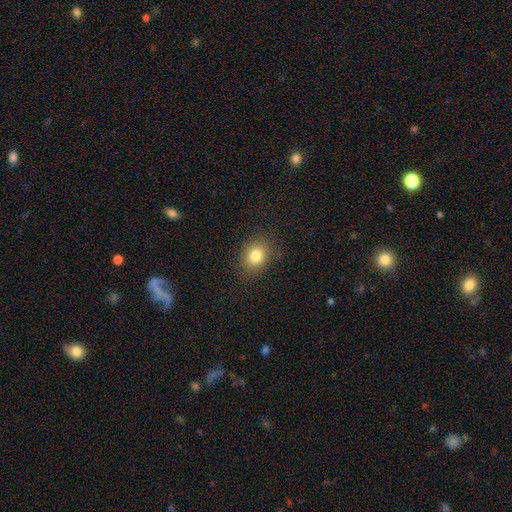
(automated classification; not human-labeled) This is clearly a smooth galaxy (81%). How rounded: possibly in between (52%). Merging: clearly none (86%).